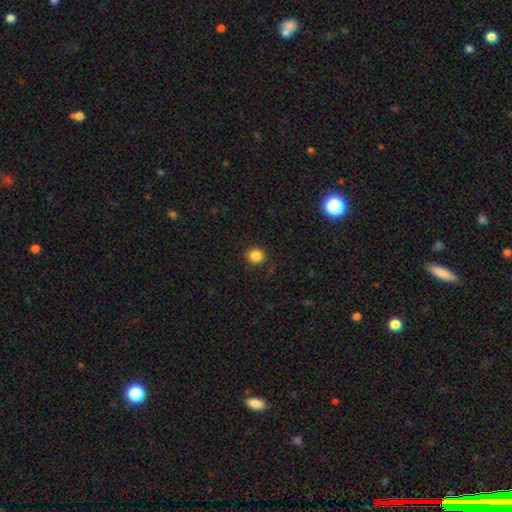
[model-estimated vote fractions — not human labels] smooth-or-featured: smooth: 85% | star or artifact: 11% | featured or disk: 4%
  how-rounded: round: 89% | in between: 10% | cigar-shaped: 1%
  merging: none: 89% | minor disturbance: 7% | major disturbance: 3% | merger: 1%